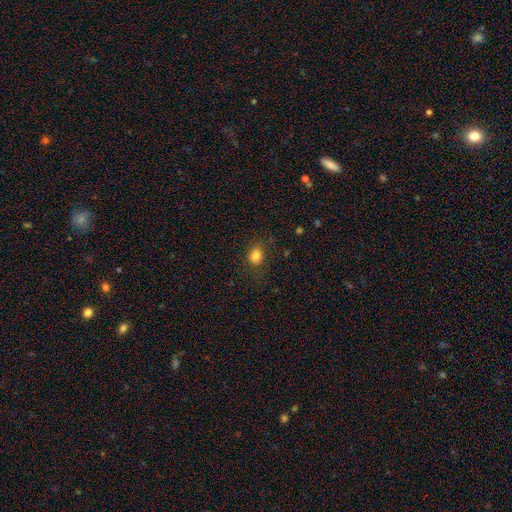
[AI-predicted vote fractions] Overall: smooth (83%). How rounded: round (56%; in between 43%). Merging: none (79%).